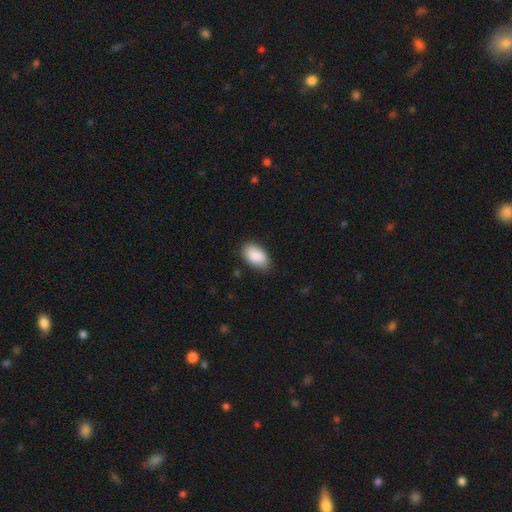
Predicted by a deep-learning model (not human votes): The model was most divided on "merging": none: 79%, minor disturbance: 17%, major disturbance: 3%, merger: 1%. More confident: how rounded — in between (94%); smooth or featured — smooth (88%).